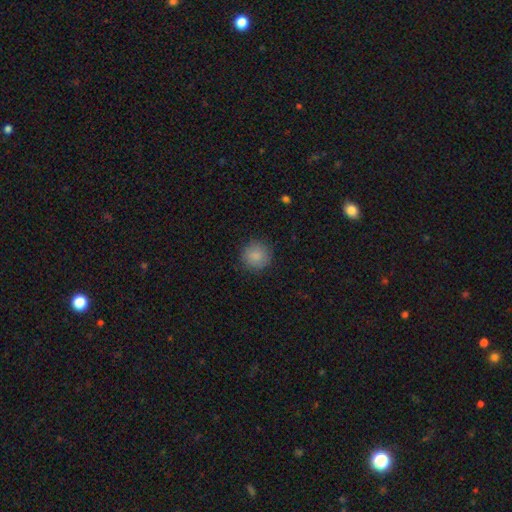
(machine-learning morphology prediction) Smooth or featured? smooth (86%)
How rounded? round (93%)
Merging? none (87%)